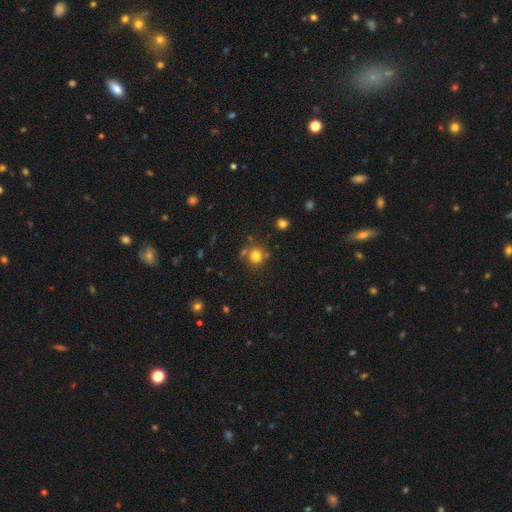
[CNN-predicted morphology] smooth_or_featured: smooth (p=0.79) [alt: star or artifact p=0.14]
how_rounded: round (p=0.86) [alt: in between p=0.13]
merging: none (p=0.70) [alt: minor disturbance p=0.13]